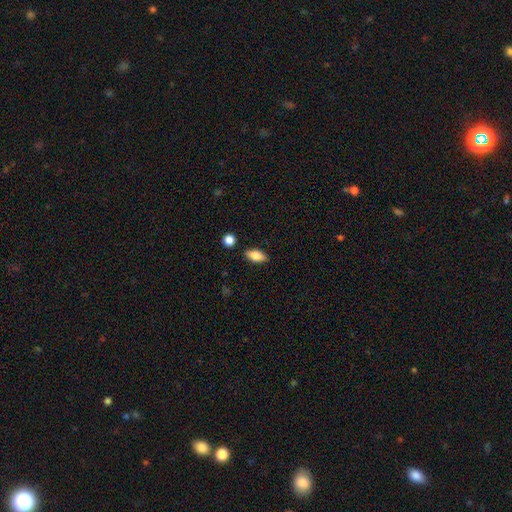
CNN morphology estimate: This appears to be a smooth galaxy with no disk features (80%) that is in between round and cigar-shaped (86%). Merging: none (86%).